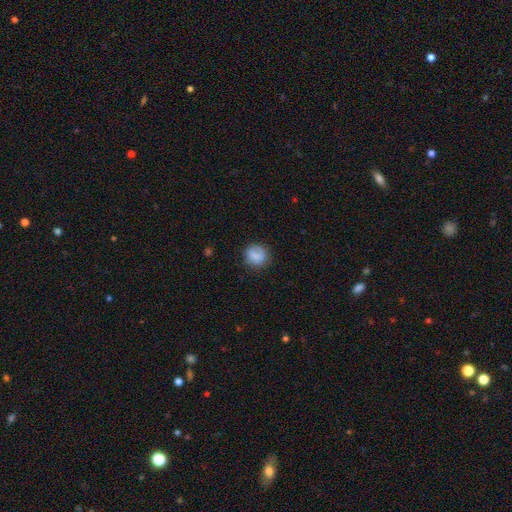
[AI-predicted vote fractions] Smooth or featured?
  - smooth: 77% *
  - featured or disk: 15%
  - star or artifact: 8%
How rounded?
  - round: 83% *
  - in between: 16%
  - cigar-shaped: 1%
Merging?
  - none: 74% *
  - minor disturbance: 18%
  - major disturbance: 6%
  - merger: 1%